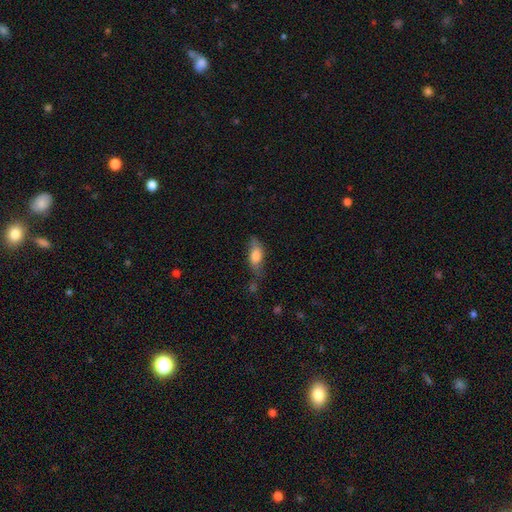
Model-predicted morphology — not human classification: This appears to be a smooth galaxy with no disk features (72%) that is in between round and cigar-shaped (77%). Merging: none (55%).